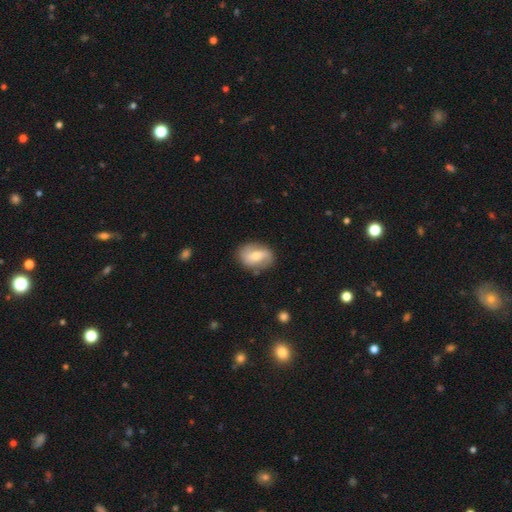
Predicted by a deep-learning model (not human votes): A featured or disk galaxy (52%).

Vote fractions:
- Smooth or featured? featured or disk: 52% / smooth: 41% / star or artifact: 7%
- Edge-on disk? no: 95% / yes: 5%
- Merging? none: 77% / minor disturbance: 17% / major disturbance: 5% / merger: 2%